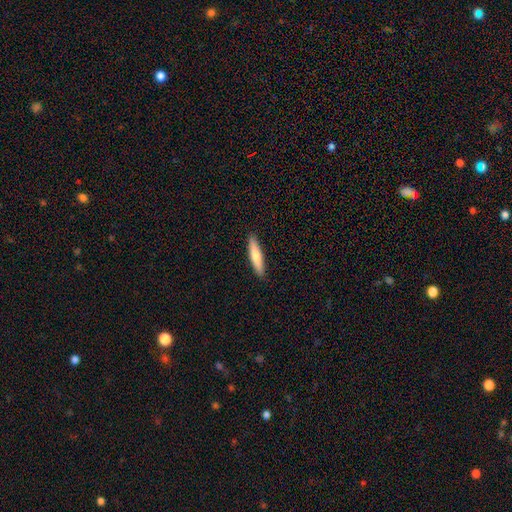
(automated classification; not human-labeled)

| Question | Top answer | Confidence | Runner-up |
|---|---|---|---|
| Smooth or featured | smooth | 75% | featured or disk (20%) |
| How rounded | cigar-shaped | 85% | in between (14%) |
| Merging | none | 90% | minor disturbance (7%) |